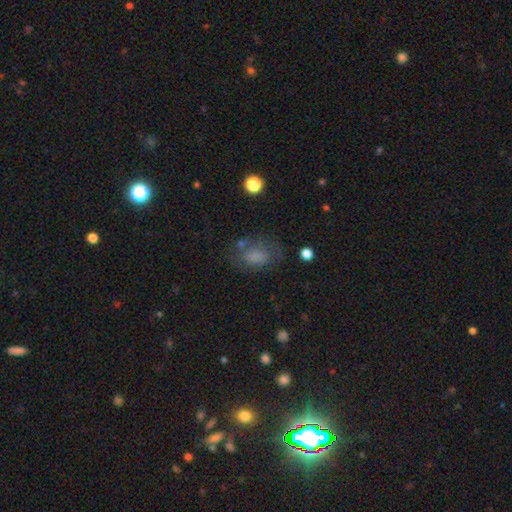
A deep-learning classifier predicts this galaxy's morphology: Smooth or featured? Predicted: smooth (p=0.66). How rounded? Predicted: in between (p=0.79). Merging? Predicted: none (p=0.56).